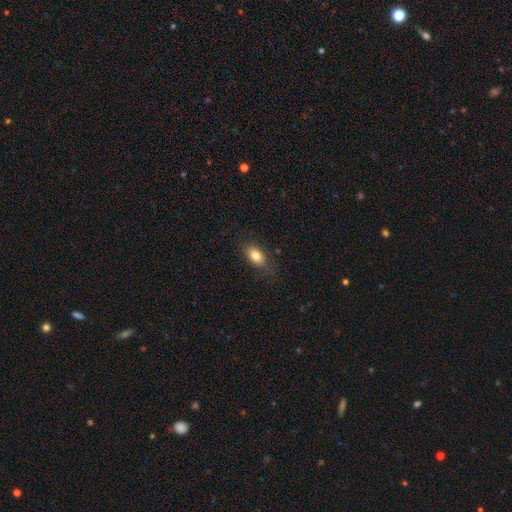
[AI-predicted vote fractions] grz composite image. It shows a smooth galaxy with no disk features (81%) that is in between round and cigar-shaped (87%). Merging: none (79%).